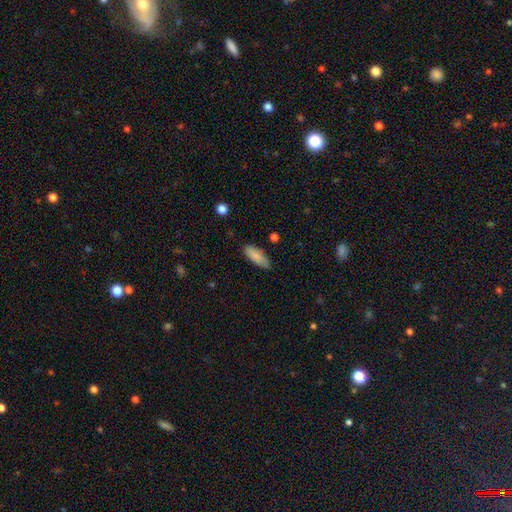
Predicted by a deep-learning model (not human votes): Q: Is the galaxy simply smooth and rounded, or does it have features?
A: smooth — 86%.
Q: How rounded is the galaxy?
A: in between — 72%.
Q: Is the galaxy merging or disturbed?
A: none — 78%.